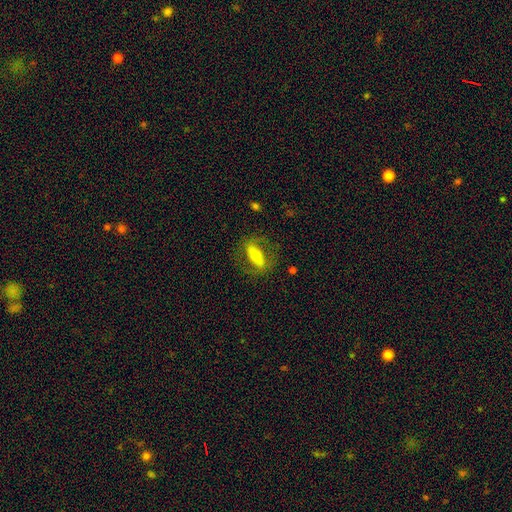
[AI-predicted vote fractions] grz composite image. It shows a featured or disk galaxy (50%). Merging: none (73%).